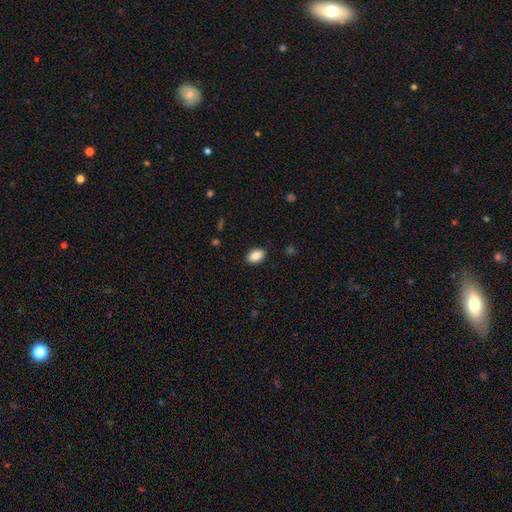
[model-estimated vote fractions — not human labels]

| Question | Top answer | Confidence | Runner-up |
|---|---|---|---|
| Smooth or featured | smooth | 89% | star or artifact (7%) |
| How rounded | in between | 88% | round (10%) |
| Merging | none | 88% | minor disturbance (8%) |